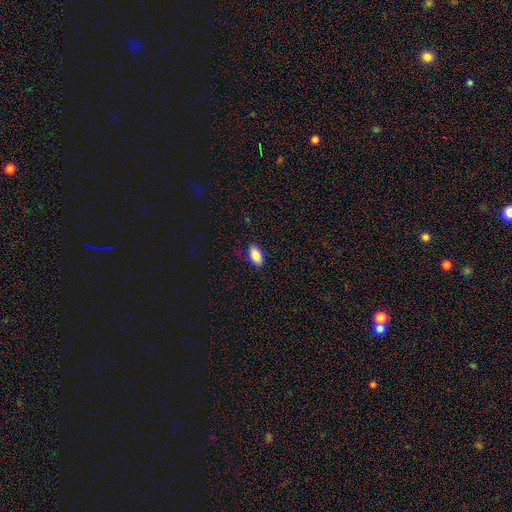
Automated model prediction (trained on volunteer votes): Smooth or featured: smooth — 86% (star or artifact — 7%)
How rounded: in between — 93% (cigar-shaped — 4%)
Merging: none — 85% (minor disturbance — 11%)